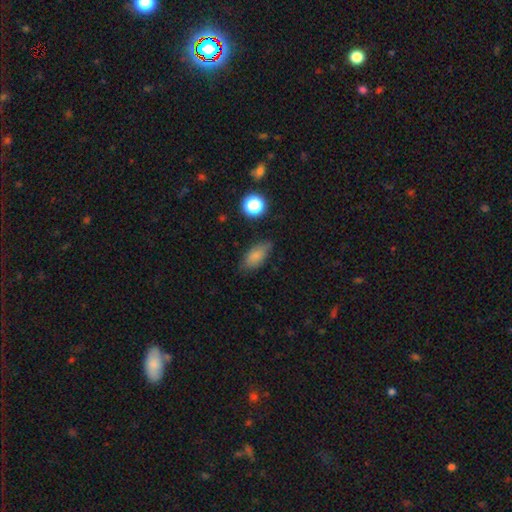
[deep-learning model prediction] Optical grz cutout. It shows a smooth galaxy with no disk features (78%) that is in between round and cigar-shaped (84%). Merging: none (68%).